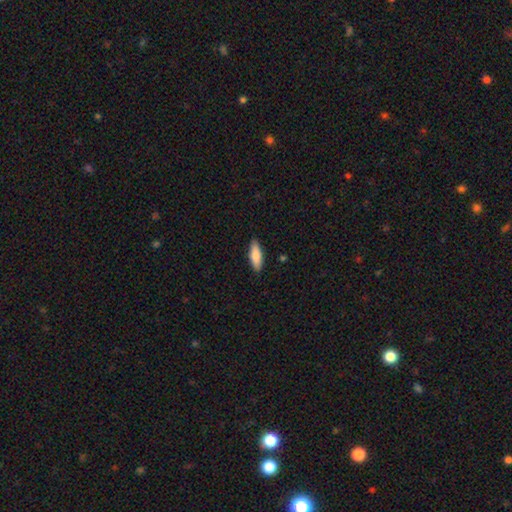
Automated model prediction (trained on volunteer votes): The model was most divided on "how rounded": in between: 59%, cigar-shaped: 39%, round: 2%. More confident: merging — none (89%); smooth or featured — smooth (86%).